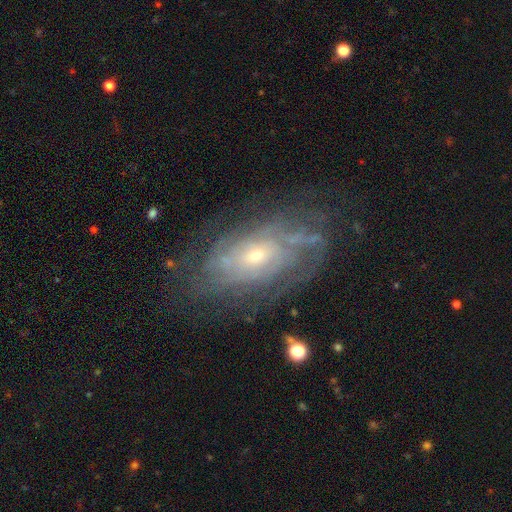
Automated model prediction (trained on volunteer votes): A featured or disk galaxy (82%) with no bar (73%), tight (69%) spiral arms (90%) and a small central bulge (58%).

Vote fractions:
- Smooth or featured? featured or disk: 82% / smooth: 10% / star or artifact: 8%
- Edge-on disk? no: 93% / yes: 7%
- Bar? no: 73% / weak: 22% / strong: 6%
- Spiral arms? yes: 90% / no: 10%
- Spiral winding? tight: 69% / medium: 23% / loose: 7%
- Spiral arm count? can't tell: 53% / 2: 13% / 3: 11% / 4: 11% / more than 4: 8% / 1: 5%
- Bulge size? small: 58% / moderate: 37% / large: 2% / none: 1% / dominant: 1%
- Merging? none: 73% / minor disturbance: 17% / major disturbance: 8% / merger: 2%